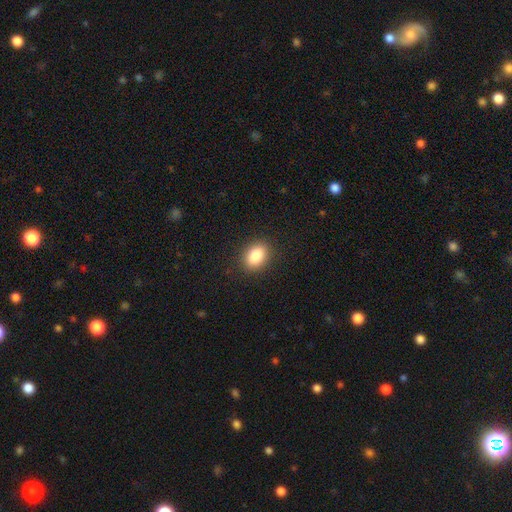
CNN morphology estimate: Overall: smooth (86%). How rounded: in between (76%). Merging: none (89%).